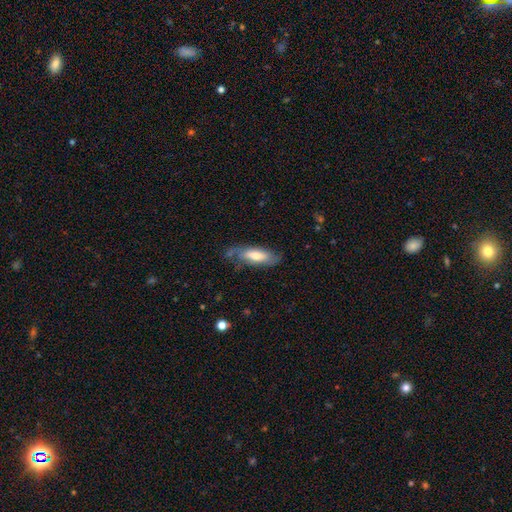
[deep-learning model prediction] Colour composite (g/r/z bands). It shows a smooth galaxy with no disk features (51%) that is in between round and cigar-shaped (59%). Merging: none (59%).